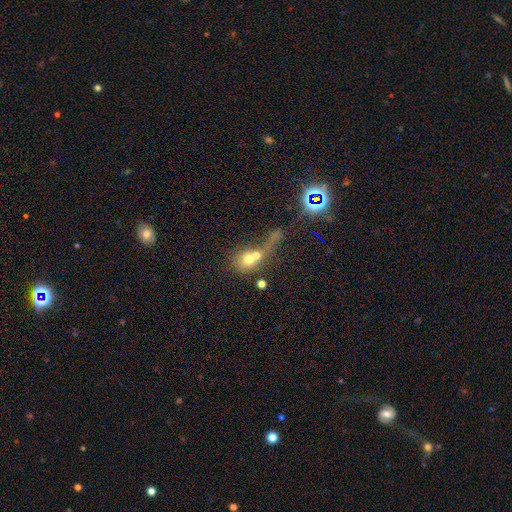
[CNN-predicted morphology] The model was most divided on "smooth or featured": smooth: 52%, star or artifact: 26%, featured or disk: 22%. More confident: how rounded — round (69%); merging — merger (53%).